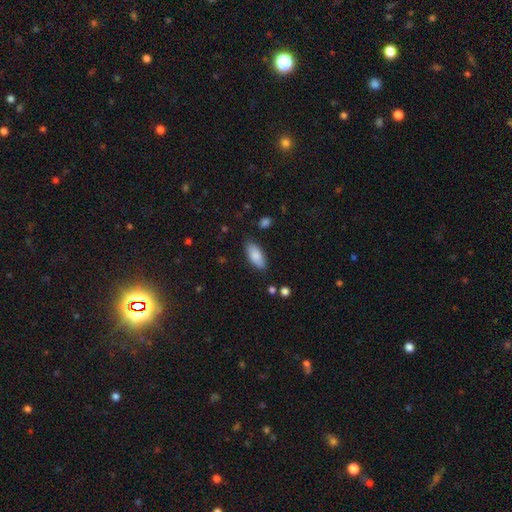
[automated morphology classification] Smooth or featured? smooth (85%)
How rounded? in between (86%)
Merging? none (84%)